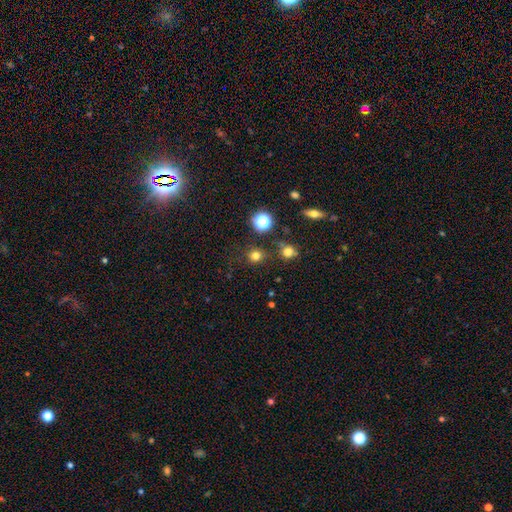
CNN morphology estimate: smooth_or_featured: smooth (p=0.74) [alt: star or artifact p=0.21]
how_rounded: round (p=0.89) [alt: in between p=0.10]
merging: none (p=0.81) [alt: minor disturbance p=0.10]